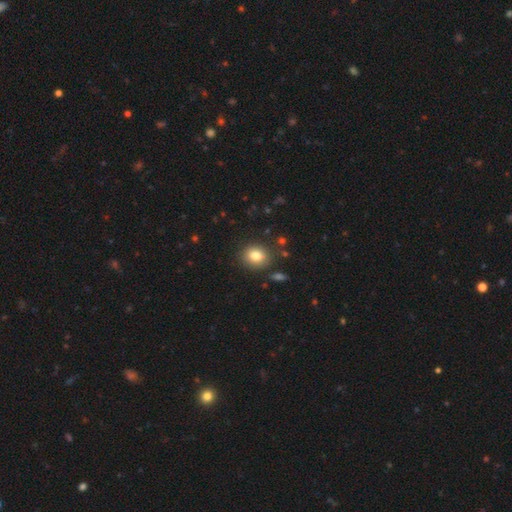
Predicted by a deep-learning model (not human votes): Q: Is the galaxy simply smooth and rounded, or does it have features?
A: smooth — 82%.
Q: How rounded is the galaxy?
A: round — 65%.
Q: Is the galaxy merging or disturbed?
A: none — 85%.